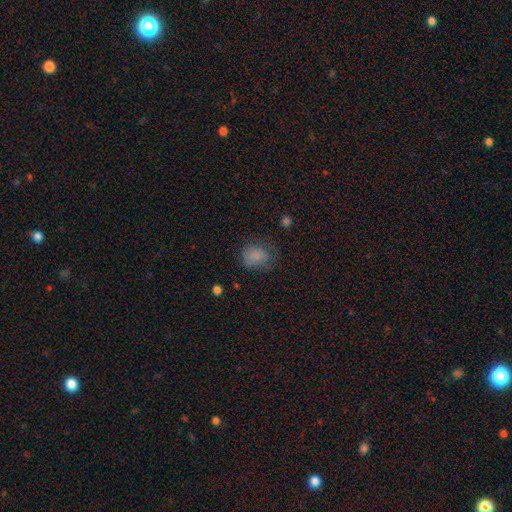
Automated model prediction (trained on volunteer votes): This is likely a smooth galaxy (79%). How rounded: possibly round (52%). Merging: possibly none (55%).